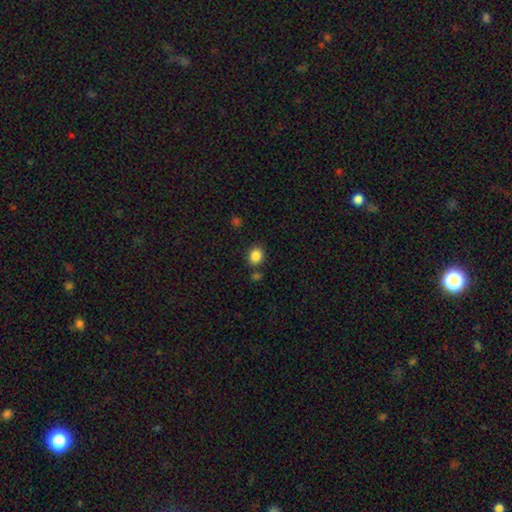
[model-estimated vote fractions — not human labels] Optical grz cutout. It shows a smooth galaxy with no disk features (86%) that is round (72%). Merging: none (79%).